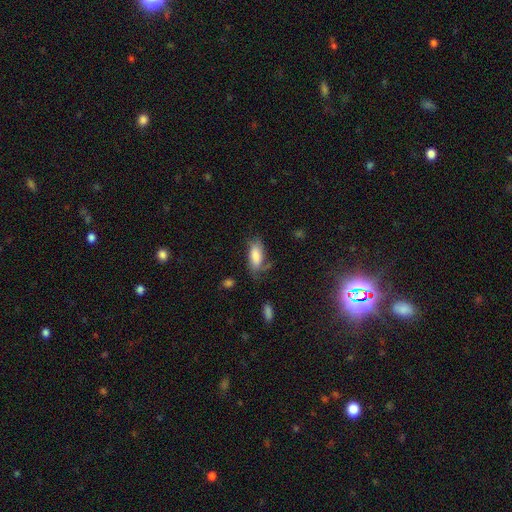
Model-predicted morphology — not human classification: smooth 77%, featured or disk 16%, star or artifact 7%. Down the decision tree: how rounded — in between (81%); merging — none (53%).